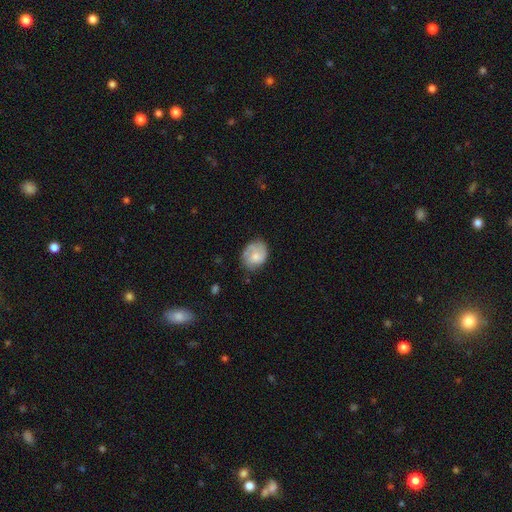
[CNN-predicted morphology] Smooth or featured? Predicted: smooth (p=0.55). How rounded? Predicted: round (p=0.55). Merging? Predicted: none (p=0.62).